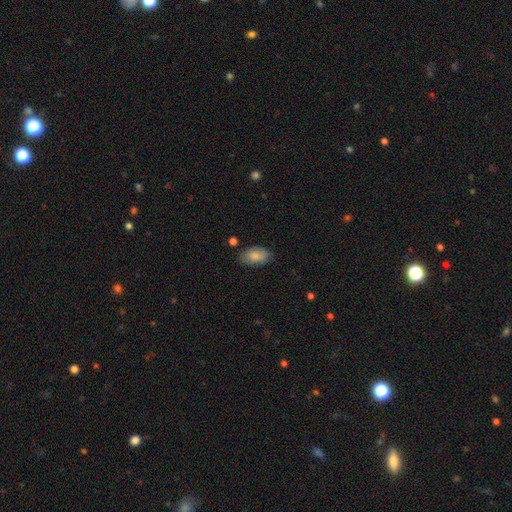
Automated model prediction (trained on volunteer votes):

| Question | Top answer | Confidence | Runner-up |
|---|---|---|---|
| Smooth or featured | smooth | 84% | featured or disk (10%) |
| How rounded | in between | 93% | round (5%) |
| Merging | none | 76% | minor disturbance (18%) |